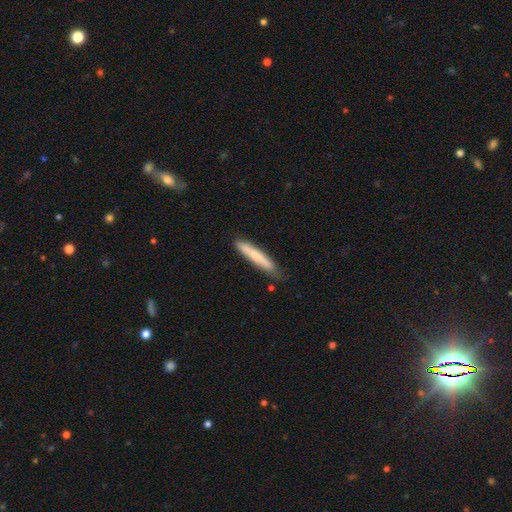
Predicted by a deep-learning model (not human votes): The model was most divided on "smooth or featured": smooth: 69%, featured or disk: 25%, star or artifact: 6%. More confident: how rounded — cigar-shaped (94%); merging — none (81%).